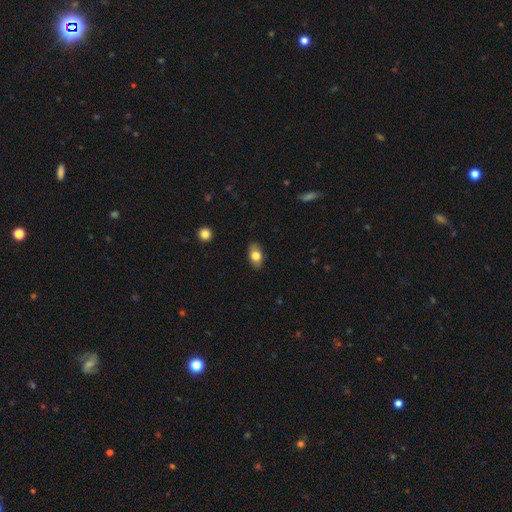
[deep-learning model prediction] smooth-or-featured: smooth: 78% | featured or disk: 14% | star or artifact: 7%
  how-rounded: in between: 89% | round: 9% | cigar-shaped: 2%
  merging: none: 88% | minor disturbance: 9% | major disturbance: 2% | merger: 1%